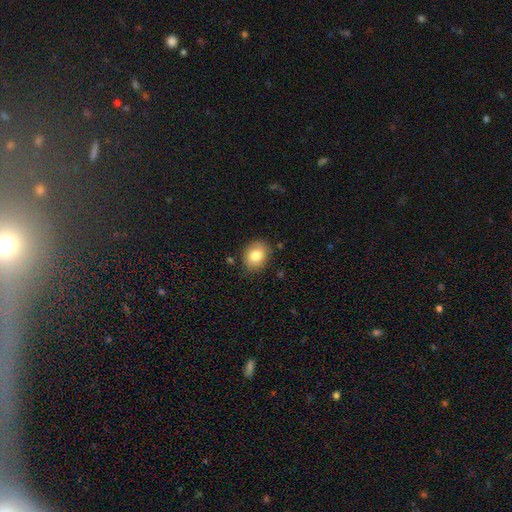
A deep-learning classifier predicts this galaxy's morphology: smooth-or-featured: smooth: 81% | featured or disk: 10% | star or artifact: 9%
  how-rounded: in between: 53% | round: 46% | cigar-shaped: 1%
  merging: none: 84% | minor disturbance: 12% | major disturbance: 3% | merger: 2%